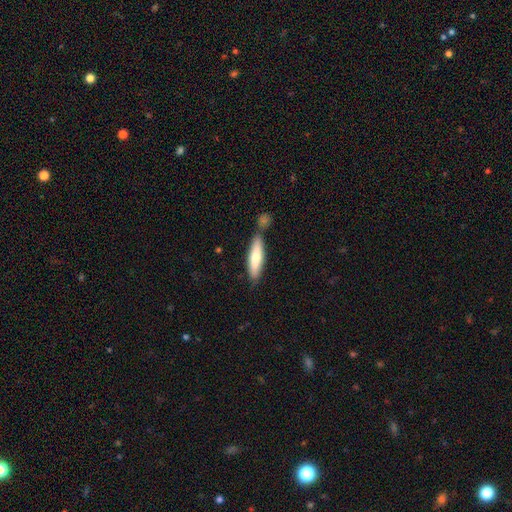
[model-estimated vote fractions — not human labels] smooth-or-featured: smooth: 68% | featured or disk: 27% | star or artifact: 5%
  how-rounded: cigar-shaped: 73% | in between: 26% | round: 1%
  merging: none: 66% | merger: 16% | minor disturbance: 14% | major disturbance: 3%